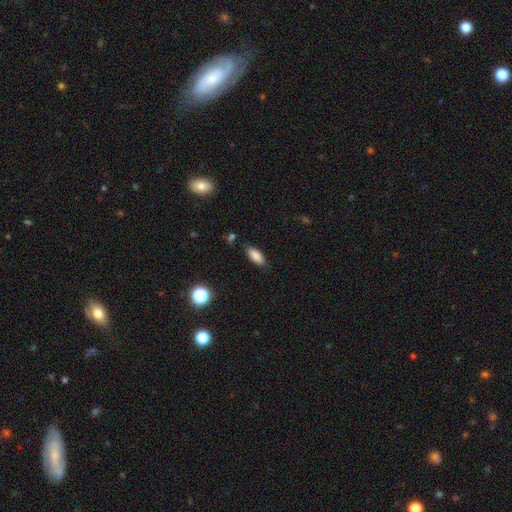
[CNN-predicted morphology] Smooth or featured? smooth (85%)
How rounded? in between (81%)
Merging? none (83%)